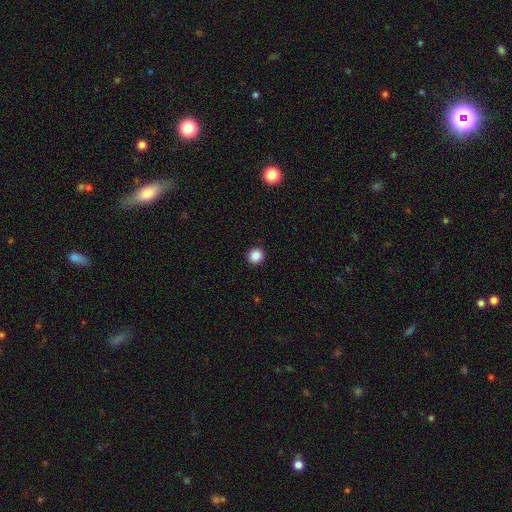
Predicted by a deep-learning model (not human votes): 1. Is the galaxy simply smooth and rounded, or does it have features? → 87% smooth, 10% star or artifact, 3% featured or disk.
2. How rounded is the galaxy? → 95% round, 4% in between, 1% cigar-shaped.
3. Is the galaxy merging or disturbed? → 93% none, 4% minor disturbance, 2% major disturbance, 1% merger.